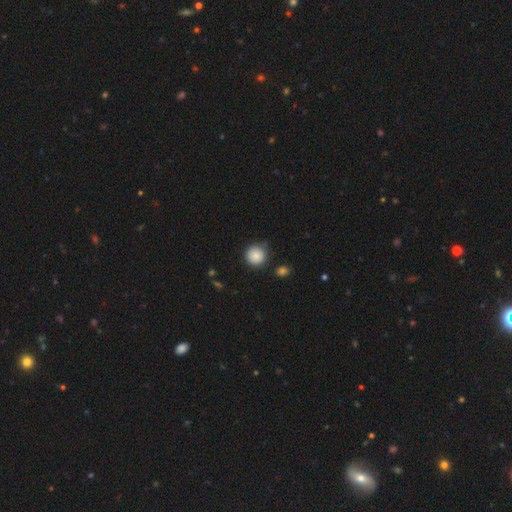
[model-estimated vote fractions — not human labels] Smooth or featured? smooth (87%)
How rounded? round (93%)
Merging? none (82%)